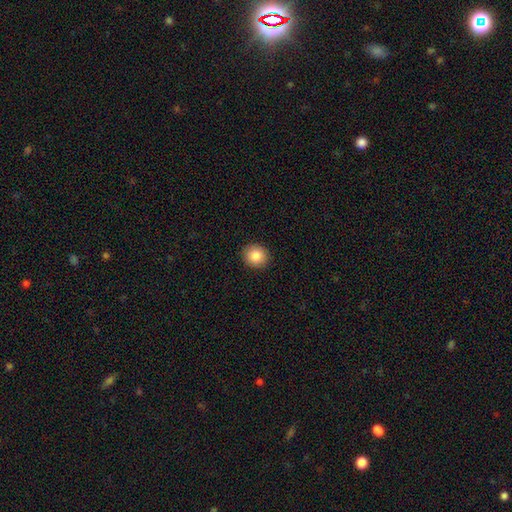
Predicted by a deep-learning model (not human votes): Smooth or featured: smooth — 85% (star or artifact — 9%)
How rounded: round — 84% (in between — 15%)
Merging: none — 92% (minor disturbance — 6%)